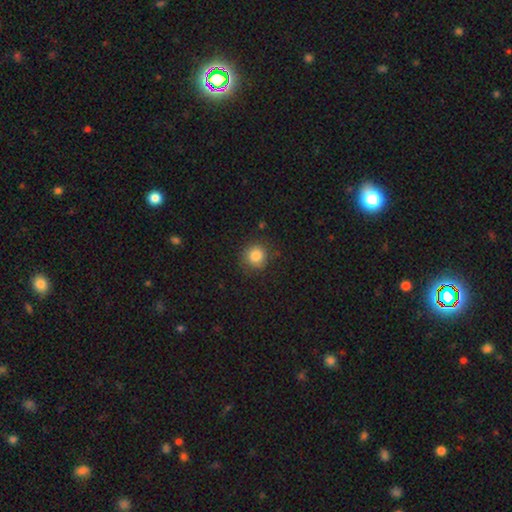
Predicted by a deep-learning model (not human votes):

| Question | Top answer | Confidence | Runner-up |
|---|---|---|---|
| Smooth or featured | smooth | 84% | star or artifact (11%) |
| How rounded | round | 90% | in between (9%) |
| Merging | none | 83% | minor disturbance (12%) |